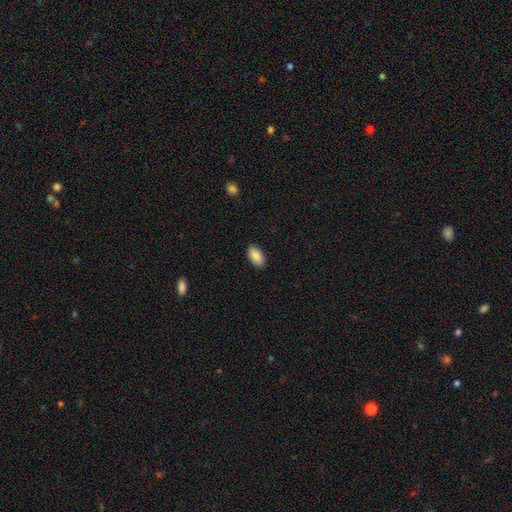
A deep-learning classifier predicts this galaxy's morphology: This is clearly a smooth galaxy (87%). How rounded: clearly in between (95%). Merging: clearly none (89%).